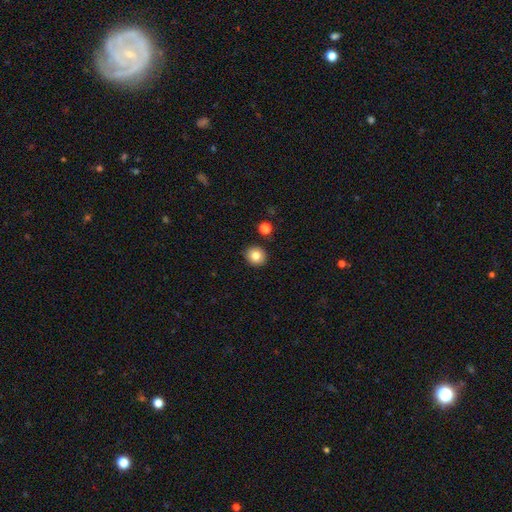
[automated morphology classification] Smooth or featured?
  - smooth: 81% *
  - star or artifact: 10%
  - featured or disk: 8%
How rounded?
  - round: 85% *
  - in between: 14%
  - cigar-shaped: 1%
Merging?
  - none: 89% *
  - minor disturbance: 7%
  - merger: 3%
  - major disturbance: 2%